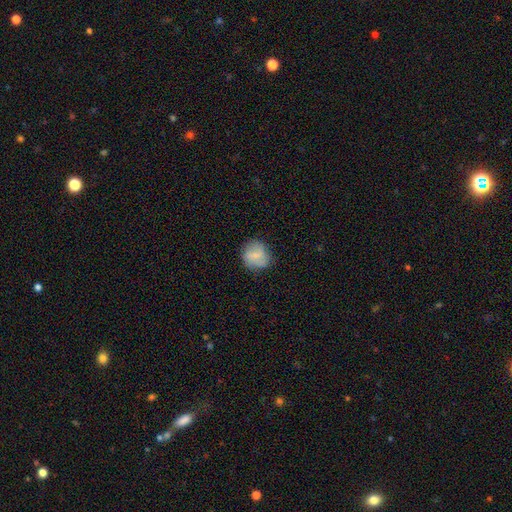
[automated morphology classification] Overall: smooth (70%). How rounded: round (85%). Merging: none (75%).